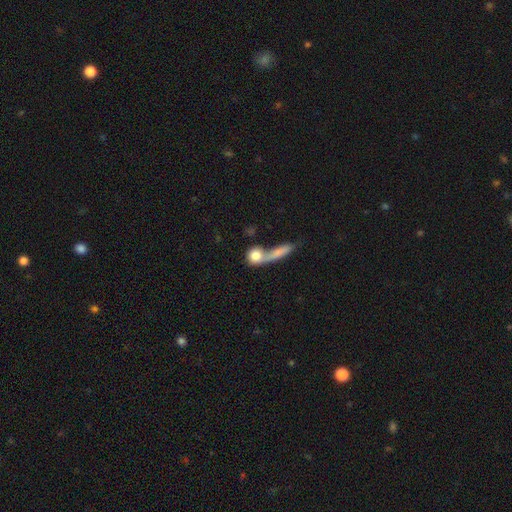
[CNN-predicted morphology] smooth 75%, featured or disk 17%, star or artifact 8%. Down the decision tree: how rounded — round (67%); merging — merger (46%).